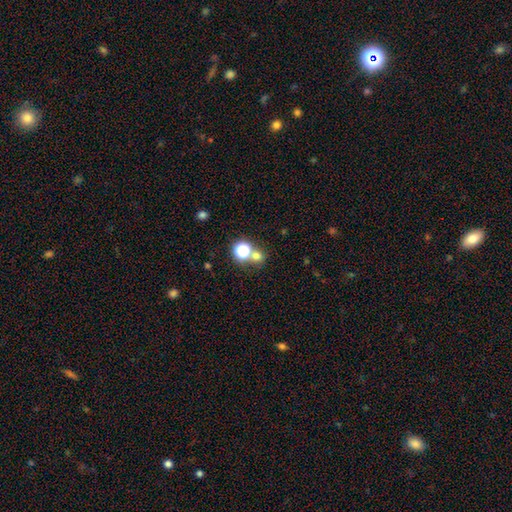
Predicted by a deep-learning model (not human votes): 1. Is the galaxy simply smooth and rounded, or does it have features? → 67% smooth, 25% star or artifact, 8% featured or disk.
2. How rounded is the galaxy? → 84% round, 15% in between, 1% cigar-shaped.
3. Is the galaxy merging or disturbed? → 60% none, 30% merger, 6% minor disturbance, 4% major disturbance.